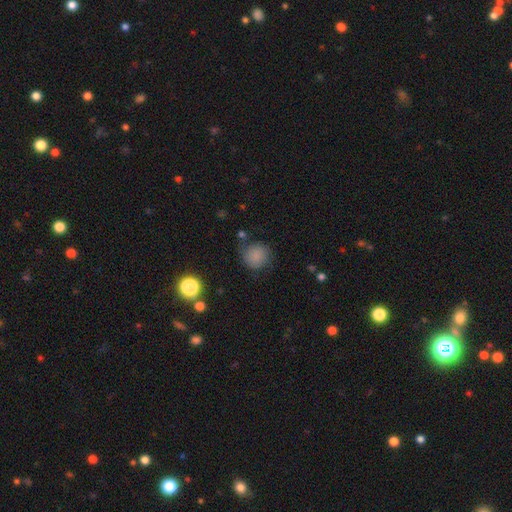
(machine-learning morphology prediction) Smooth or featured? smooth (82%)
How rounded? round (90%)
Merging? none (76%)